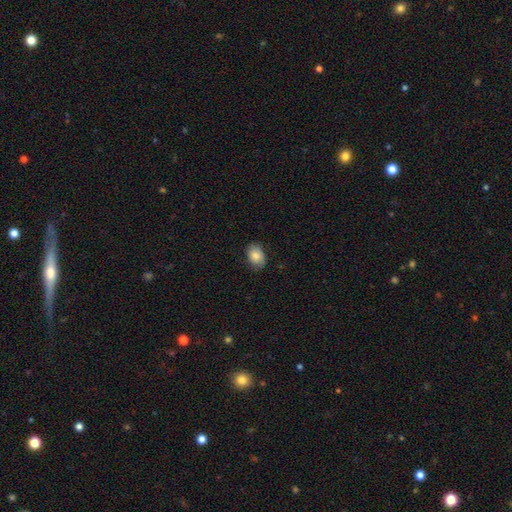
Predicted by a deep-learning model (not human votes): Morphology: type=smooth (79%); roundness=in between (80%); merging=none (78%).